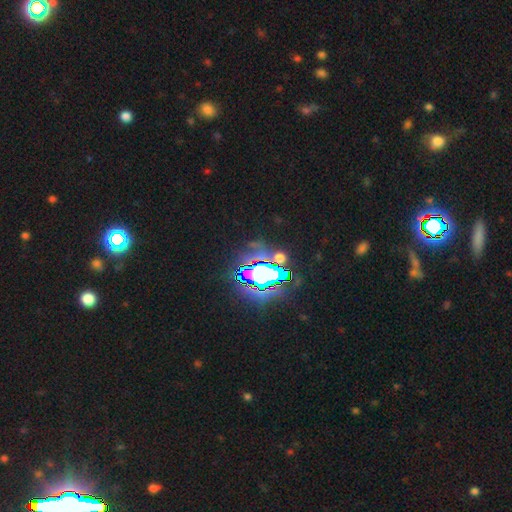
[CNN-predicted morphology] The model was most divided on "smooth or featured": star or artifact: 83%, smooth: 10%, featured or disk: 7%.